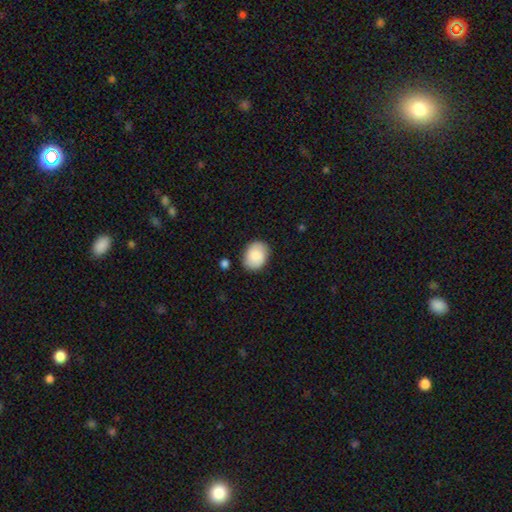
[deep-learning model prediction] smooth-or-featured: smooth: 82% | featured or disk: 11% | star or artifact: 7%
  how-rounded: in between: 57% | round: 42% | cigar-shaped: 1%
  merging: none: 81% | minor disturbance: 14% | major disturbance: 3% | merger: 2%